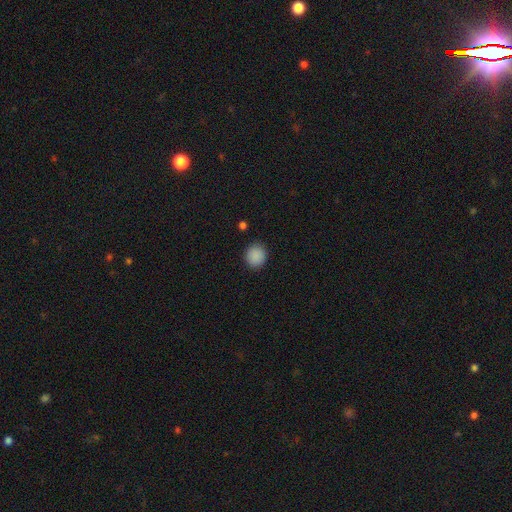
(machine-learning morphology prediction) This appears to be a smooth galaxy with no disk features (89%) that is round (85%). Merging: none (90%).